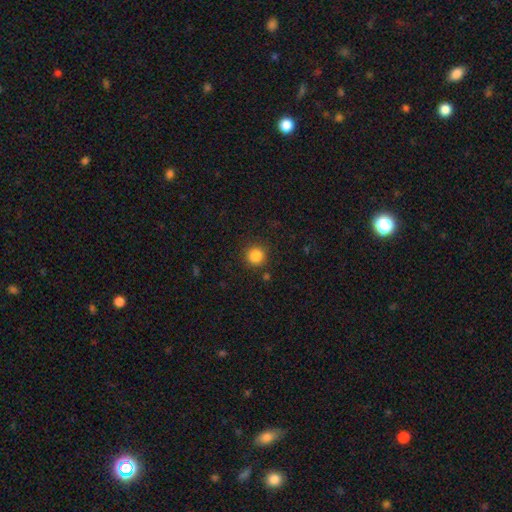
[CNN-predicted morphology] This appears to be a smooth galaxy with no disk features (85%) that is round (94%). Merging: none (88%).